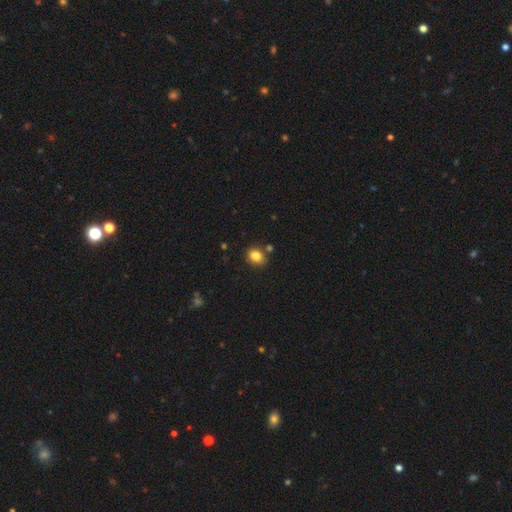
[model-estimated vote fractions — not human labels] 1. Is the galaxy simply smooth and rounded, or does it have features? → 85% smooth, 10% star or artifact, 5% featured or disk.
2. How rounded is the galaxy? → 59% in between, 40% round, 1% cigar-shaped.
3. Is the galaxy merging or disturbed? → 76% none, 13% minor disturbance, 8% merger, 3% major disturbance.